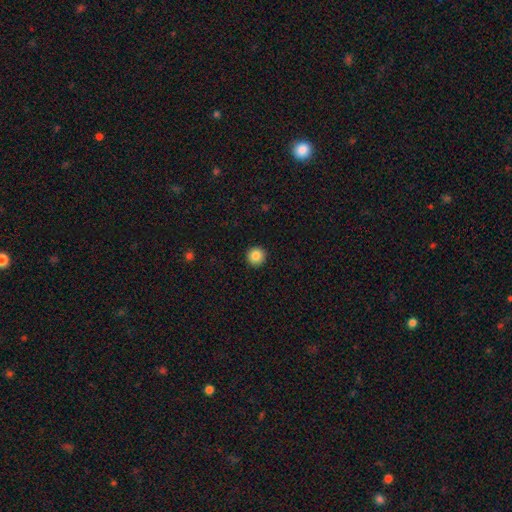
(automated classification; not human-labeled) A smooth galaxy with no disk features (86%) that is round (96%). Merging: none (93%).